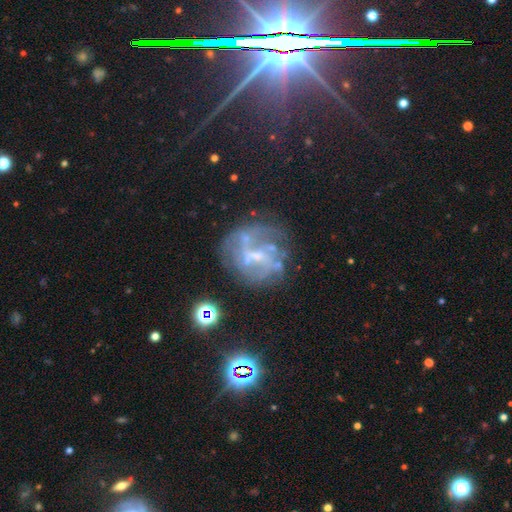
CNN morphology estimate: The model was most divided on "bar": no: 47%, weak: 39%, strong: 14%. Remaining: edge-on disk — no (97%); smooth or featured — featured or disk (65%); spiral arms — no (55%); merging — none (54%); bulge size — small (44%).